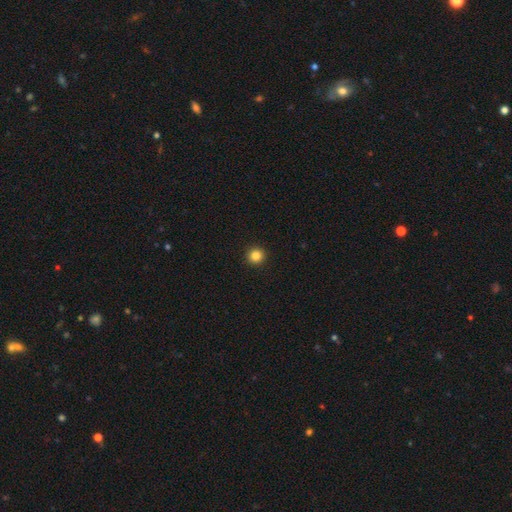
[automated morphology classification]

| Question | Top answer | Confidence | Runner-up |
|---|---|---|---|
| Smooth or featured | smooth | 84% | star or artifact (12%) |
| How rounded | round | 95% | in between (4%) |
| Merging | none | 94% | minor disturbance (4%) |